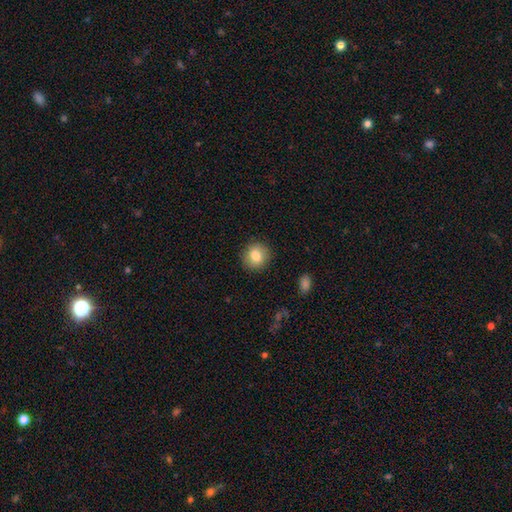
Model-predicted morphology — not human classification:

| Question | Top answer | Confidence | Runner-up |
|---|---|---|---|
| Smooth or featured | smooth | 82% | featured or disk (10%) |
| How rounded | round | 88% | in between (11%) |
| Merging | none | 90% | minor disturbance (7%) |